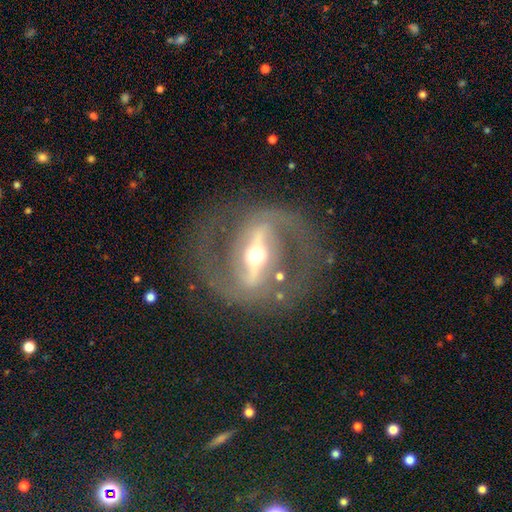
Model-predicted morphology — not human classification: smooth_or_featured: featured or disk (p=0.88) [alt: smooth p=0.07]
disk_edge_on: no (p=0.88) [alt: yes p=0.12]
bar: strong (p=0.80) [alt: weak p=0.14]
has_spiral_arms: yes (p=0.77) [alt: no p=0.23]
spiral_winding: medium (p=0.52) [alt: tight p=0.28]
spiral_arm_count: 2 (p=0.88) [alt: can't tell p=0.05]
bulge_size: moderate (p=0.66) [alt: small p=0.22]
merging: none (p=0.77) [alt: minor disturbance p=0.11]